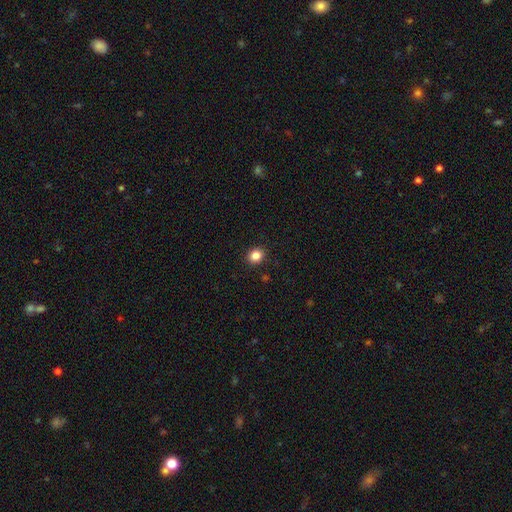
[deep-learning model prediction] This is clearly a smooth galaxy (84%). How rounded: likely round (69%). Merging: clearly none (91%).